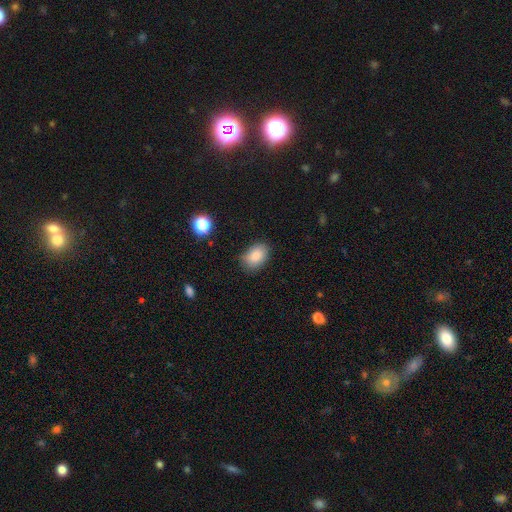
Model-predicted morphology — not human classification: The model was most divided on "merging": none: 76%, minor disturbance: 19%, major disturbance: 4%, merger: 2%. More confident: smooth or featured — smooth (86%); how rounded — in between (82%).